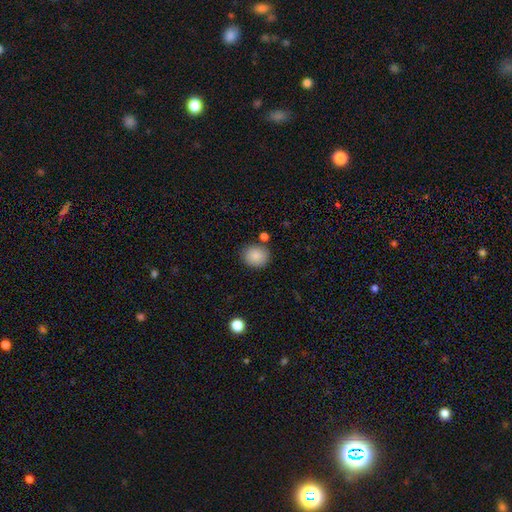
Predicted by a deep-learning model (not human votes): Overall: smooth (87%). How rounded: round (76%). Merging: none (81%).